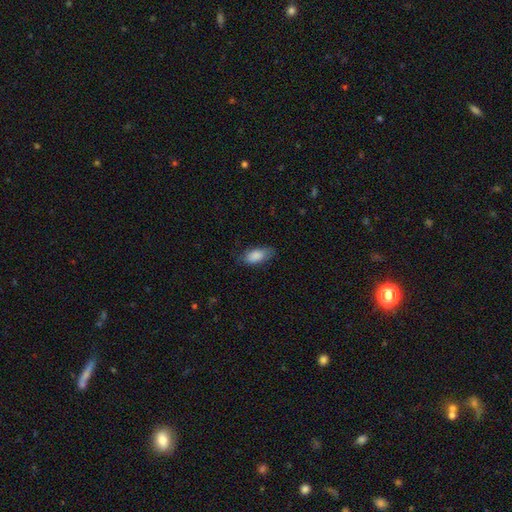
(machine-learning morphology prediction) smooth 84%, featured or disk 10%, star or artifact 6%. Down the decision tree: how rounded — in between (88%); merging — none (72%).